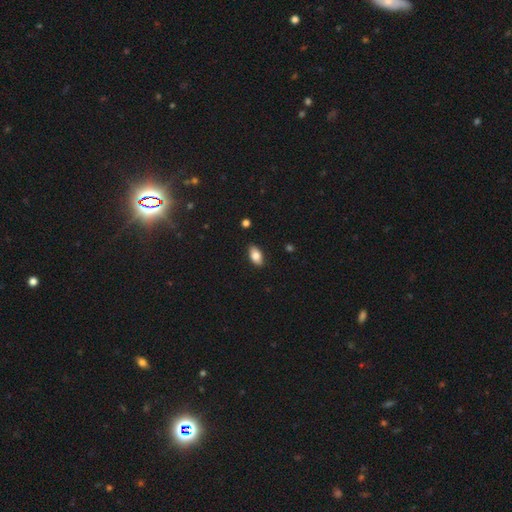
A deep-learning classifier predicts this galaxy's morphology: The model was most divided on "smooth or featured": smooth: 81%, featured or disk: 12%, star or artifact: 7%. More confident: how rounded — in between (92%); merging — none (87%).